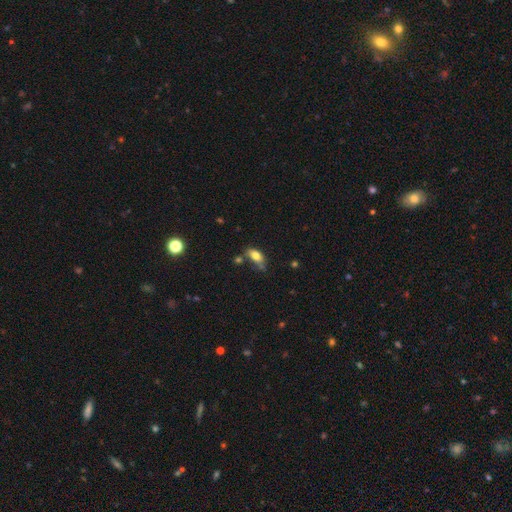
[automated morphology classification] type=smooth (76%); roundness=in between (87%); merging=none (46%).